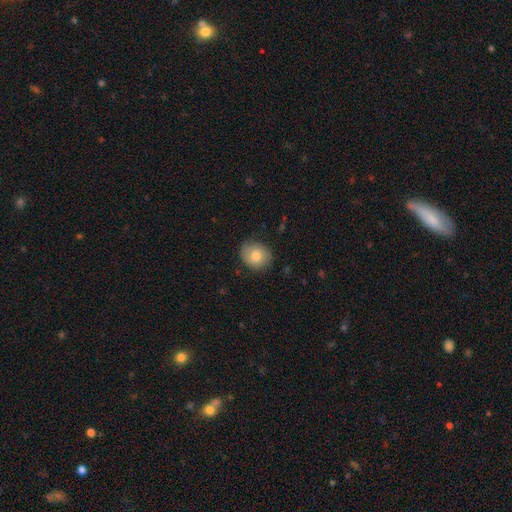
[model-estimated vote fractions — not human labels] Morphology: type=smooth (79%); roundness=round (74%); merging=none (79%).